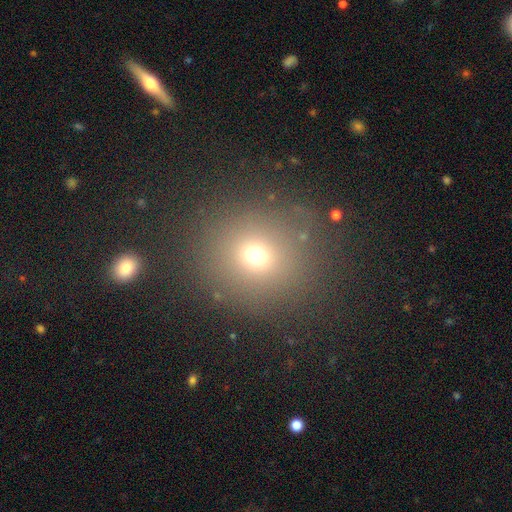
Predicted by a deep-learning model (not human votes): This is likely a smooth galaxy (68%). How rounded: clearly round (86%). Merging: clearly none (84%).